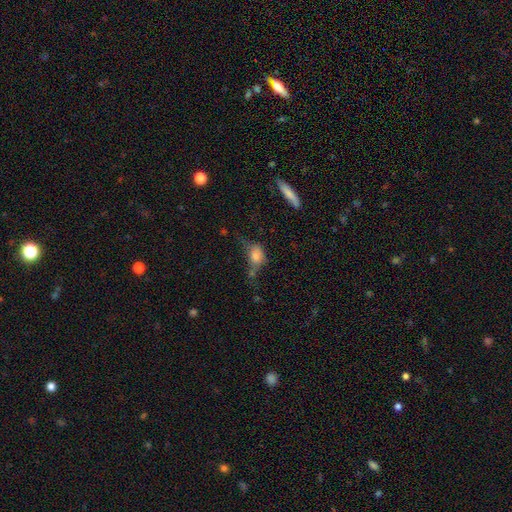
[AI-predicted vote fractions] smooth_or_featured: smooth (p=0.69) [alt: featured or disk p=0.20]
how_rounded: in between (p=0.65) [alt: round p=0.29]
merging: none (p=0.32) [alt: major disturbance p=0.29]